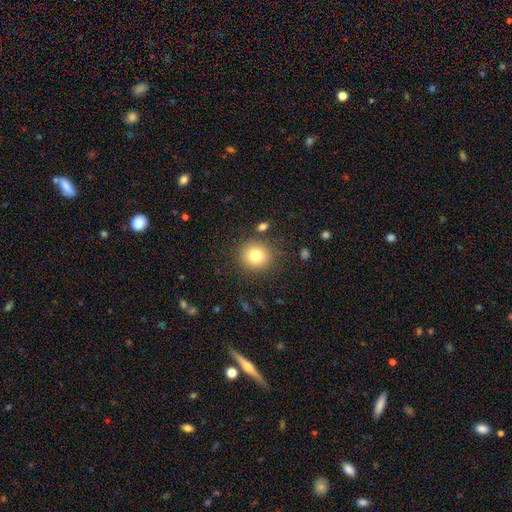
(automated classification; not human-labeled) Smooth or featured?
  - smooth: 78% *
  - star or artifact: 12%
  - featured or disk: 10%
How rounded?
  - round: 88% *
  - in between: 11%
  - cigar-shaped: 1%
Merging?
  - none: 84% *
  - minor disturbance: 9%
  - major disturbance: 4%
  - merger: 3%